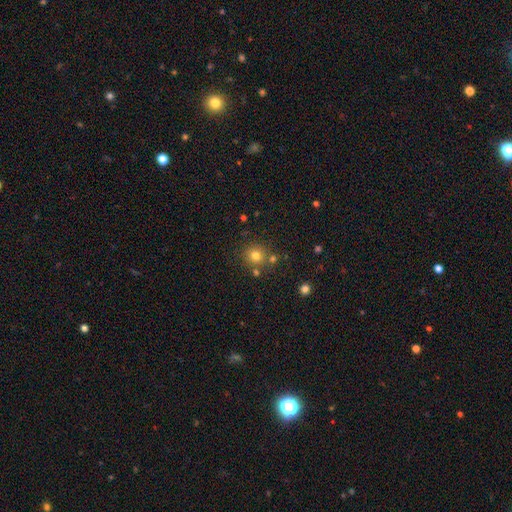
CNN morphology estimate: Smooth or featured: smooth — 77% (star or artifact — 16%)
How rounded: round — 89% (in between — 10%)
Merging: none — 75% (merger — 12%)